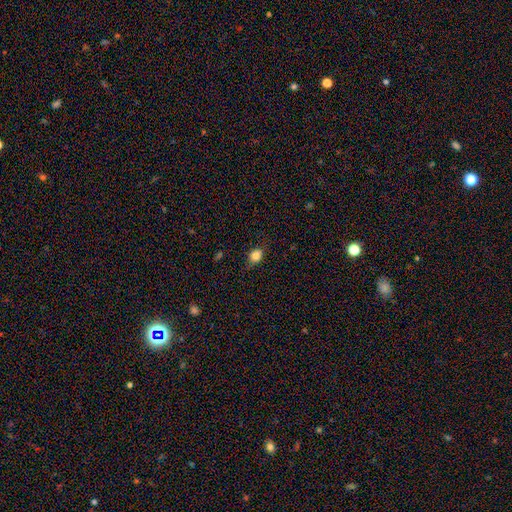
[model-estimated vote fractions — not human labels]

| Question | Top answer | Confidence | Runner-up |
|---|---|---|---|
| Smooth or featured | smooth | 81% | star or artifact (11%) |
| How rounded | in between | 52% | round (46%) |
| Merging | none | 72% | minor disturbance (22%) |